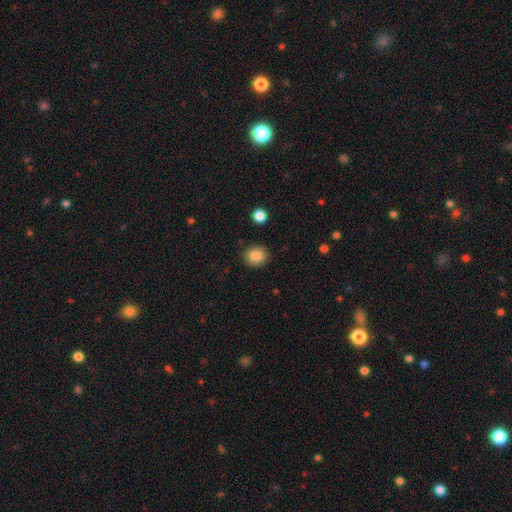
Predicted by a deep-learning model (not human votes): A smooth galaxy with no disk features (86%) that is round (70%).

Vote fractions:
- Smooth or featured? smooth: 86% / star or artifact: 9% / featured or disk: 5%
- How rounded? round: 70% / in between: 29% / cigar-shaped: 1%
- Merging? none: 88% / minor disturbance: 8% / major disturbance: 2% / merger: 2%